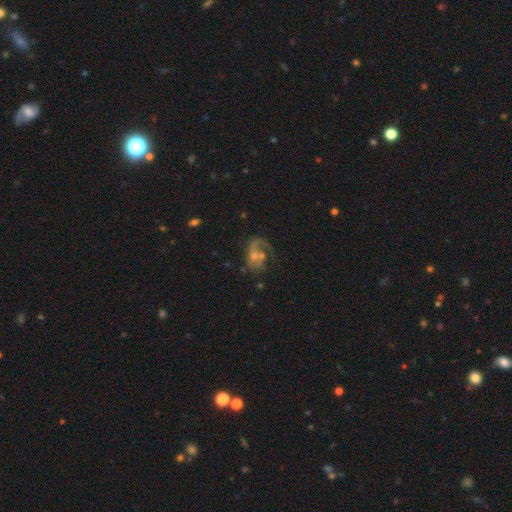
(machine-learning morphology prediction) A featured or disk galaxy (71%) with no bar (69%), 1 (72%) loose (54%) spiral arms (81%) and a small central bulge (47%).

Vote fractions:
- Smooth or featured? featured or disk: 71% / smooth: 20% / star or artifact: 9%
- Edge-on disk? no: 98% / yes: 2%
- Bar? no: 69% / weak: 26% / strong: 4%
- Spiral arms? yes: 81% / no: 19%
- Spiral winding? loose: 54% / medium: 34% / tight: 12%
- Spiral arm count? 1: 72% / 2: 18% / can't tell: 6% / 3: 2% / 4: 1% / more than 4: 1%
- Bulge size? small: 47% / moderate: 36% / none: 12% / large: 4% / dominant: 2%
- Merging? major disturbance: 37% / none: 34% / minor disturbance: 16% / merger: 13%